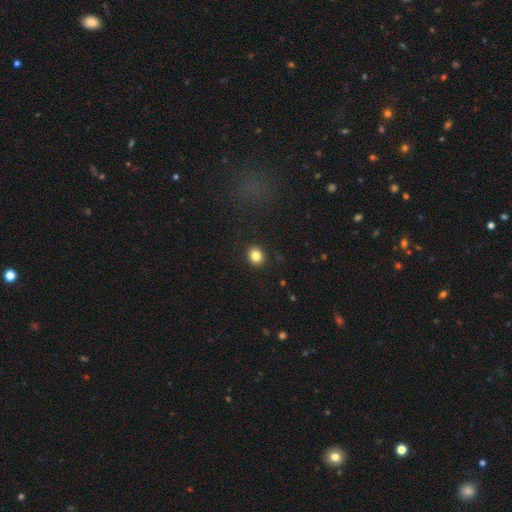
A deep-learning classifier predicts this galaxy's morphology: Smooth or featured? smooth (83%)
How rounded? round (69%)
Merging? none (91%)